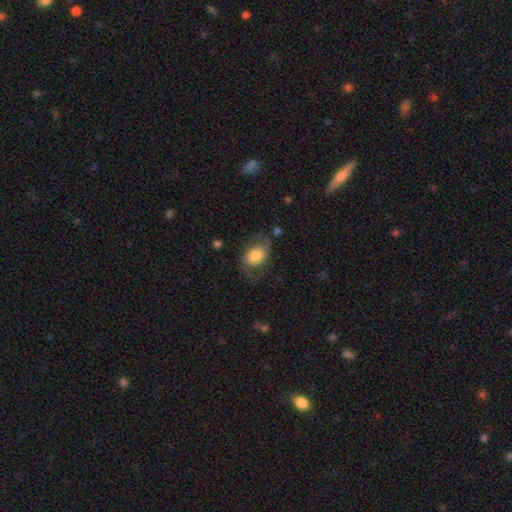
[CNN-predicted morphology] smooth-or-featured: featured or disk: 49% | smooth: 43% | star or artifact: 8%
  merging: none: 63% | minor disturbance: 19% | major disturbance: 16% | merger: 2%